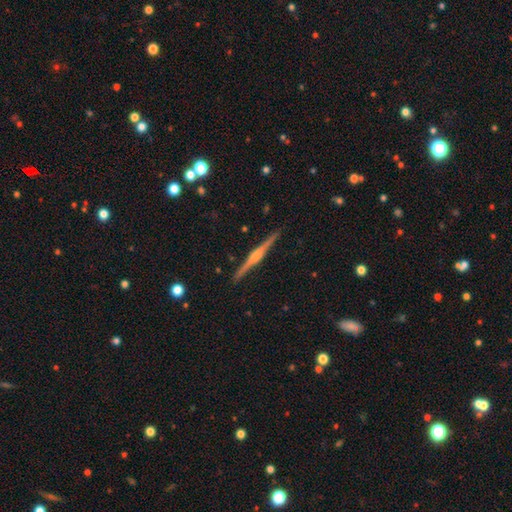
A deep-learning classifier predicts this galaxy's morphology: Smooth or featured: featured or disk — 84% (smooth — 11%)
Edge-on disk: yes — 99% (no — 1%)
Edge-on bulge: rounded — 77% (boxy — 16%)
Merging: none — 92% (minor disturbance — 6%)